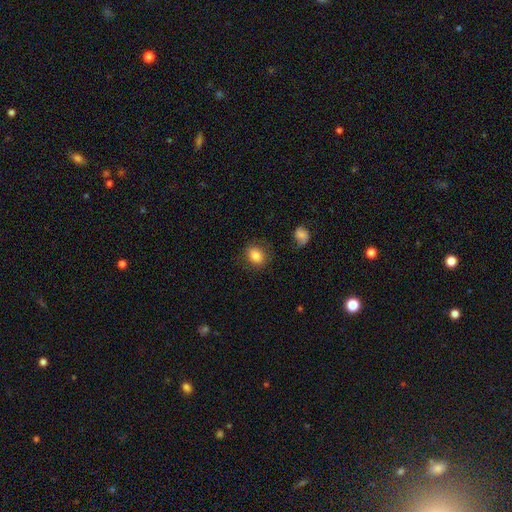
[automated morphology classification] Smooth or featured? smooth (83%)
How rounded? round (50%)
Merging? none (80%)